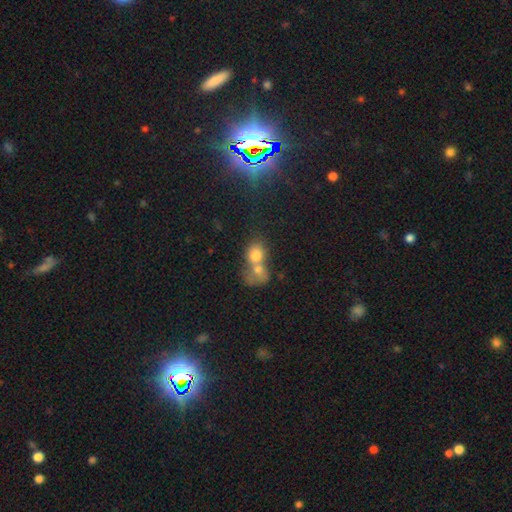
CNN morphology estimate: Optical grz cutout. It shows a smooth galaxy with no disk features (73%) that is round (55%). Merging: merger (74%).